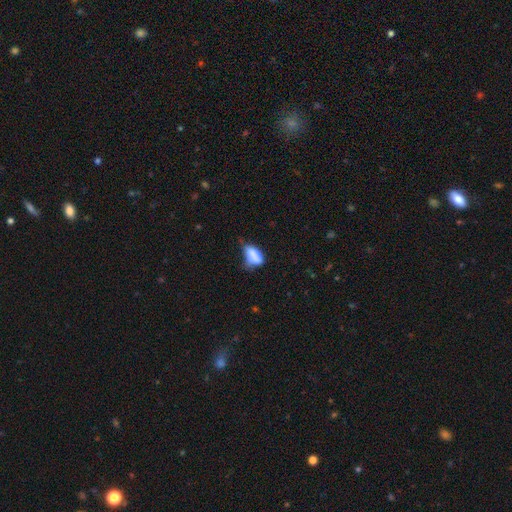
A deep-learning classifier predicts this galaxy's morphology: Smooth or featured? Predicted: smooth (p=0.75). How rounded? Predicted: in between (p=0.85). Merging? Predicted: minor disturbance (p=0.39).